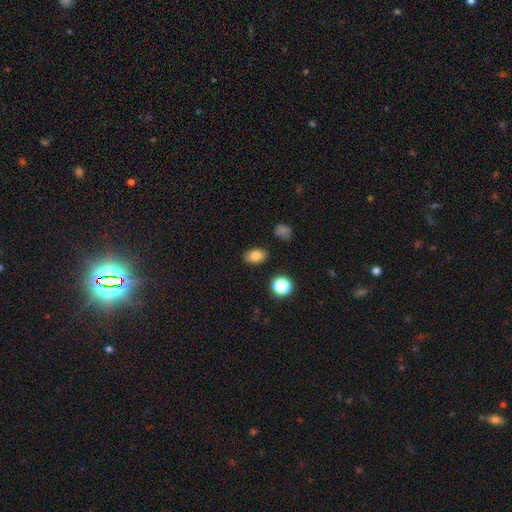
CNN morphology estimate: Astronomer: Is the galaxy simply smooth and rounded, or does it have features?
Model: smooth — 81%.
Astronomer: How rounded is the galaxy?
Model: in between — 85%.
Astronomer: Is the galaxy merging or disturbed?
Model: none — 87%.